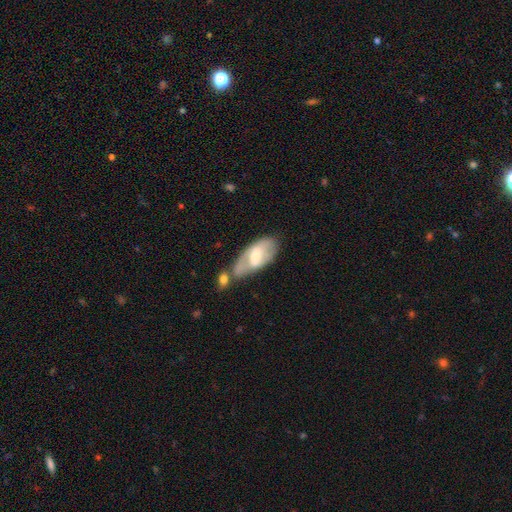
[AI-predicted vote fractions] Smooth or featured: featured or disk — 50% (smooth — 44%)
Edge-on disk: no — 86% (yes — 14%)
Merging: none — 35% (merger — 29%)